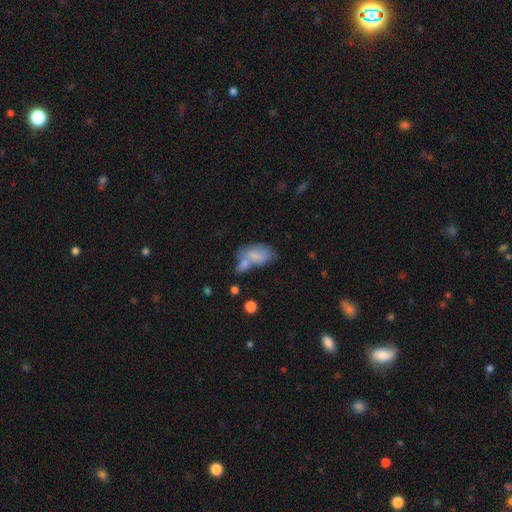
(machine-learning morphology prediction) A smooth galaxy with no disk features (75%) that is in between round and cigar-shaped (89%).

Vote fractions:
- Smooth or featured? smooth: 75% / featured or disk: 17% / star or artifact: 8%
- How rounded? in between: 89% / round: 9% / cigar-shaped: 2%
- Merging? merger: 48% / none: 27% / minor disturbance: 16% / major disturbance: 9%